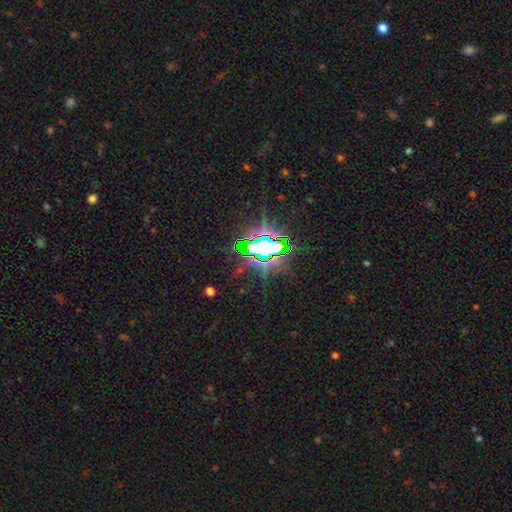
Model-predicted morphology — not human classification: A star or artifact, not a galaxy (85%).

Vote fractions:
- Smooth or featured? star or artifact: 85% / smooth: 8% / featured or disk: 8%